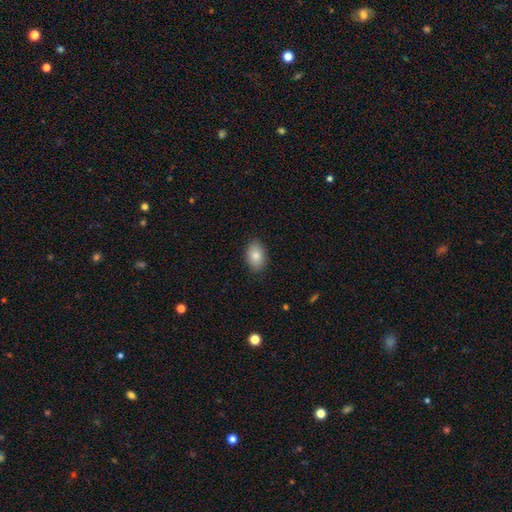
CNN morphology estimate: This appears to be a smooth galaxy with no disk features (85%) that is in between round and cigar-shaped (87%). Merging: none (88%).